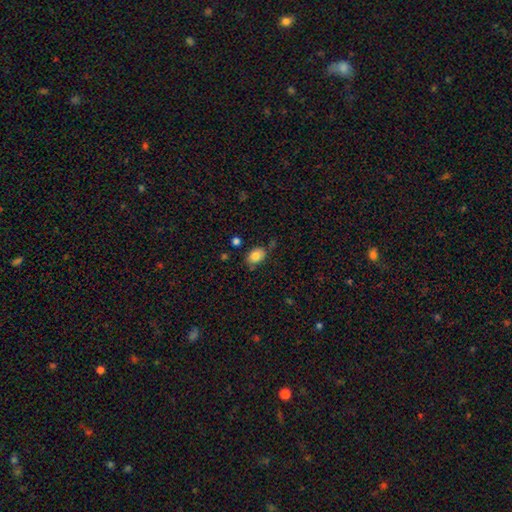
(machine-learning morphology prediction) This is clearly a smooth galaxy (81%). How rounded: likely in between (77%). Merging: likely none (73%).